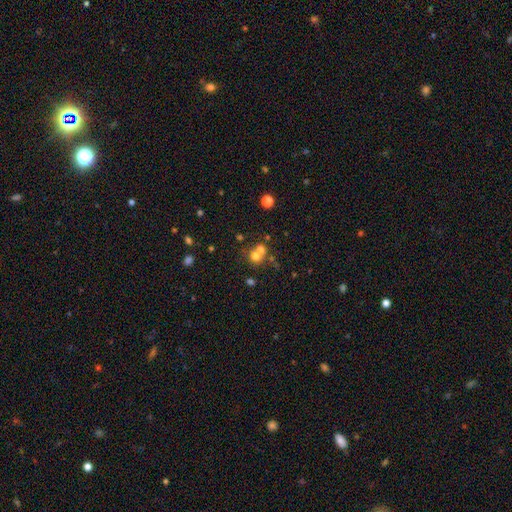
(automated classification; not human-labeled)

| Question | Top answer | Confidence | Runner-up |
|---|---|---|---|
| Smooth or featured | smooth | 66% | featured or disk (17%) |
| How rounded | round | 81% | in between (18%) |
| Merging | merger | 51% | none (39%) |